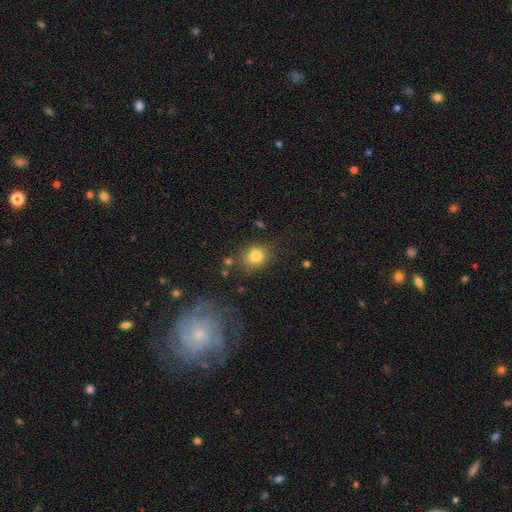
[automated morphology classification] Smooth or featured?
  - smooth: 80% *
  - star or artifact: 11%
  - featured or disk: 9%
How rounded?
  - round: 59% *
  - in between: 40%
  - cigar-shaped: 1%
Merging?
  - none: 64% *
  - minor disturbance: 19%
  - merger: 10%
  - major disturbance: 7%